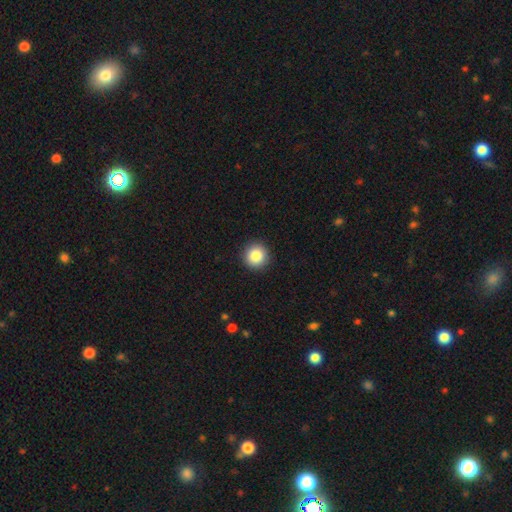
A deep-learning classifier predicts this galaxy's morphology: Smooth or featured?
  - smooth: 86% *
  - star or artifact: 9%
  - featured or disk: 5%
How rounded?
  - round: 95% *
  - in between: 4%
  - cigar-shaped: 1%
Merging?
  - none: 93% *
  - minor disturbance: 5%
  - major disturbance: 2%
  - merger: 1%